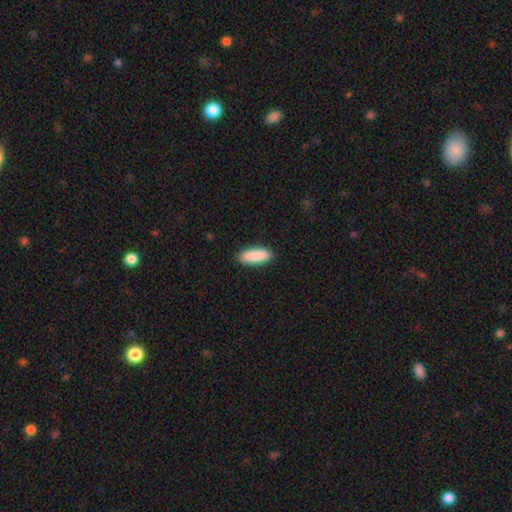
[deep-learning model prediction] Smooth or featured? Predicted: smooth (p=0.90). How rounded? Predicted: in between (p=0.61). Merging? Predicted: none (p=0.90).